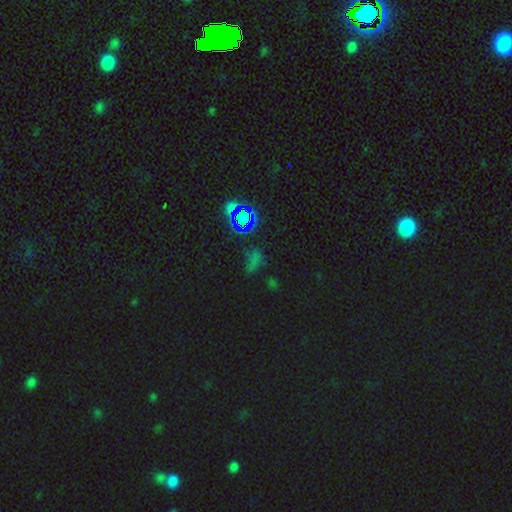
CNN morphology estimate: star or artifact 60%, smooth 32%, featured or disk 8%.